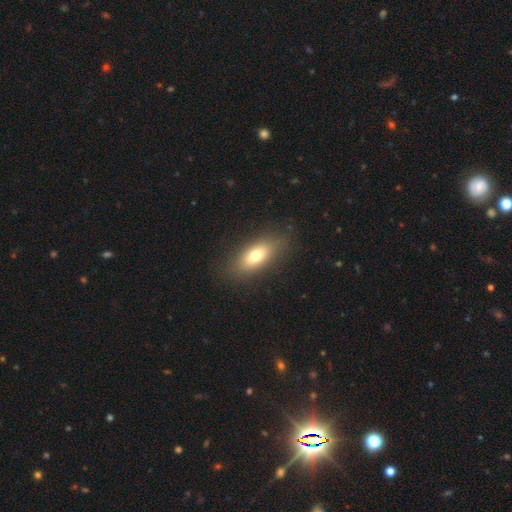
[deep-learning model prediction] smooth-or-featured: smooth: 72% | featured or disk: 19% | star or artifact: 9%
  how-rounded: in between: 77% | cigar-shaped: 17% | round: 6%
  merging: none: 84% | minor disturbance: 11% | major disturbance: 4% | merger: 1%